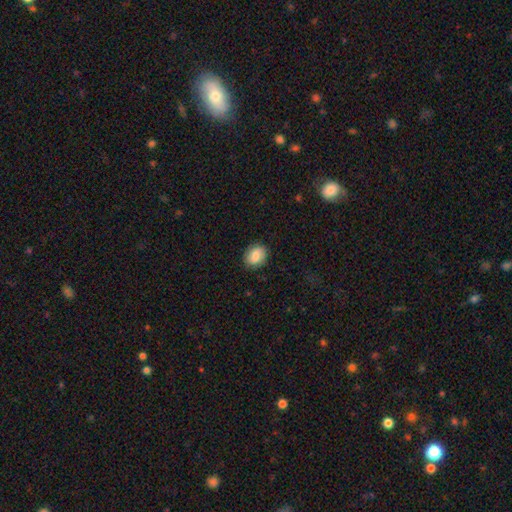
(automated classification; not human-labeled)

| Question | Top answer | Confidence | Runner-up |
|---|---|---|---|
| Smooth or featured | smooth | 82% | featured or disk (11%) |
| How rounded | in between | 56% | round (43%) |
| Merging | none | 85% | minor disturbance (12%) |